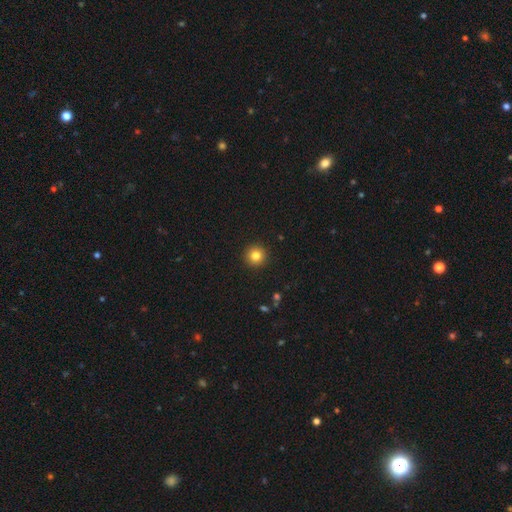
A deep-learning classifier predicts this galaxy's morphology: smooth 82%, star or artifact 12%, featured or disk 7%. Down the decision tree: how rounded — round (96%); merging — none (93%).